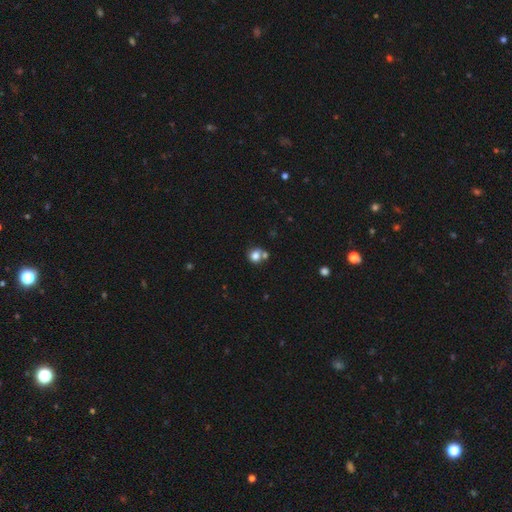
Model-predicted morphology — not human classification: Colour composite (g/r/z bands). It shows a smooth galaxy with no disk features (79%) that is round (83%). Merging: none (53%).